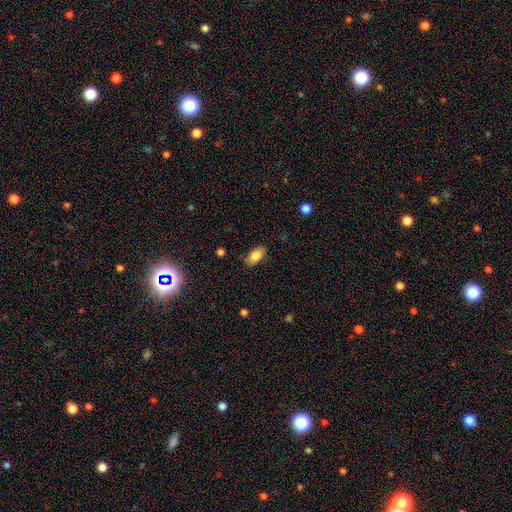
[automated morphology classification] Smooth or featured? Predicted: smooth (p=0.82). How rounded? Predicted: in between (p=0.91). Merging? Predicted: none (p=0.83).